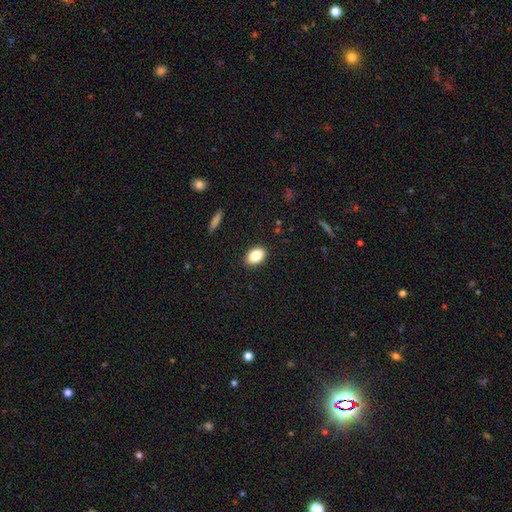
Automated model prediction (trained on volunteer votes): Smooth or featured?
  - smooth: 85% *
  - star or artifact: 8%
  - featured or disk: 7%
How rounded?
  - in between: 86% *
  - round: 12%
  - cigar-shaped: 1%
Merging?
  - none: 89% *
  - minor disturbance: 8%
  - major disturbance: 2%
  - merger: 1%